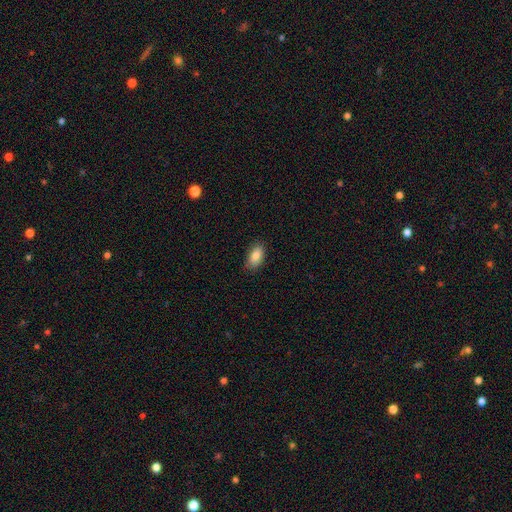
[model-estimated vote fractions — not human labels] smooth_or_featured: smooth (p=0.85) [alt: featured or disk p=0.07]
how_rounded: in between (p=0.92) [alt: round p=0.04]
merging: none (p=0.84) [alt: minor disturbance p=0.13]